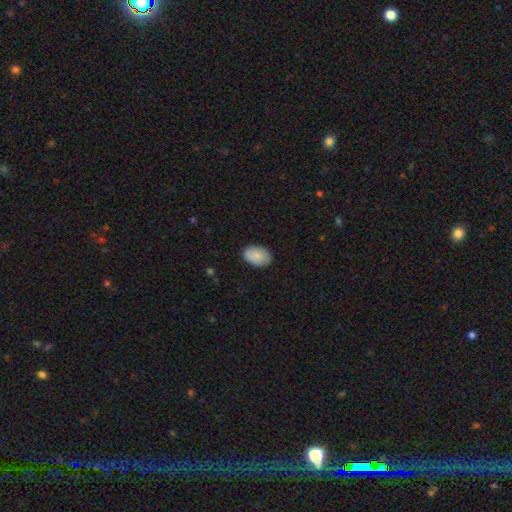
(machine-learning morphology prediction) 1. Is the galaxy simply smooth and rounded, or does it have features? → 88% smooth, 6% star or artifact, 5% featured or disk.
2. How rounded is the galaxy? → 91% in between, 8% round, 1% cigar-shaped.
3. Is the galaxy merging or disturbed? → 87% none, 10% minor disturbance, 2% major disturbance, 1% merger.